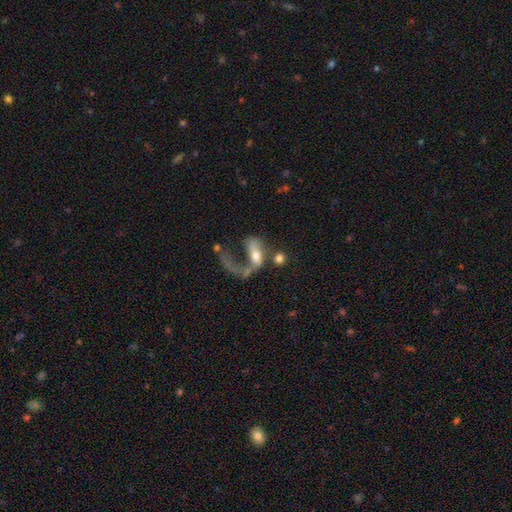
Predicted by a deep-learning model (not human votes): Overall: featured or disk (53%; smooth 38%). Edge-on disk: no (90%). Merging: major disturbance (50%; merger 25%).